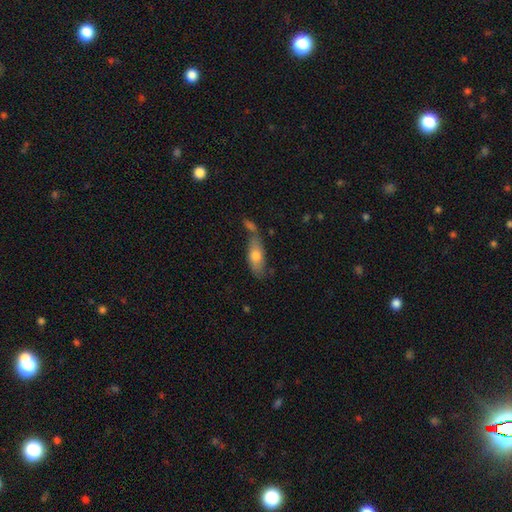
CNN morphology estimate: A smooth galaxy with no disk features (70%) that is in between round and cigar-shaped (76%).

Vote fractions:
- Smooth or featured? smooth: 70% / featured or disk: 23% / star or artifact: 7%
- How rounded? in between: 76% / cigar-shaped: 21% / round: 3%
- Merging? none: 53% / merger: 24% / minor disturbance: 18% / major disturbance: 6%